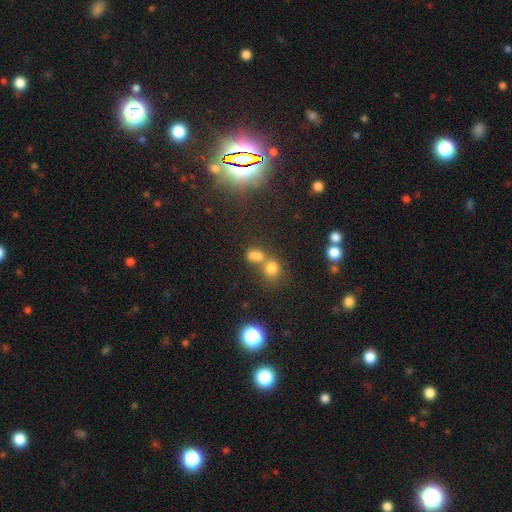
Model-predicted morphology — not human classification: A smooth galaxy with no disk features (68%) that is round (54%). Merging: merger (52%).